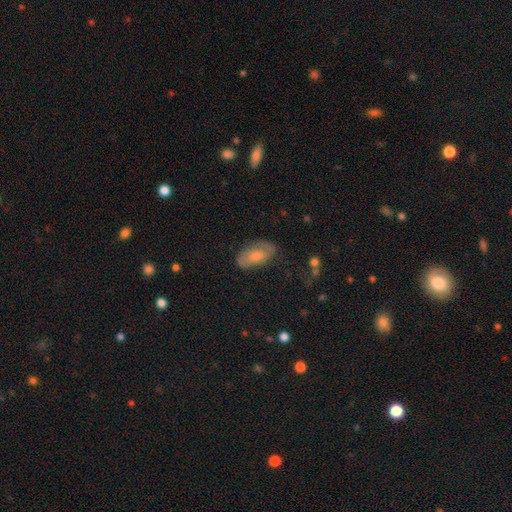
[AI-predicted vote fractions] A smooth galaxy with no disk features (56%) that is in between round and cigar-shaped (92%). Merging: none (70%).